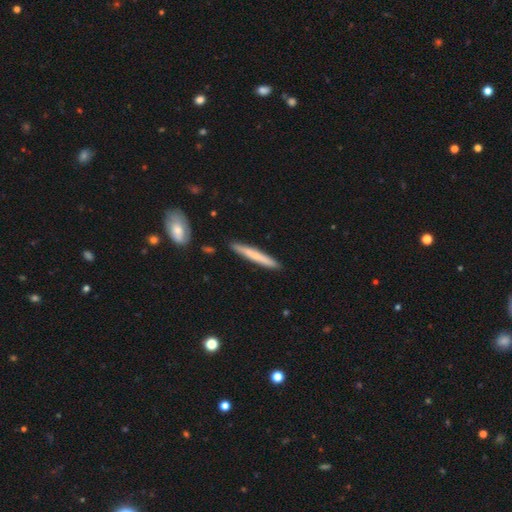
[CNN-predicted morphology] Smooth or featured? smooth (63%)
How rounded? cigar-shaped (96%)
Merging? none (88%)